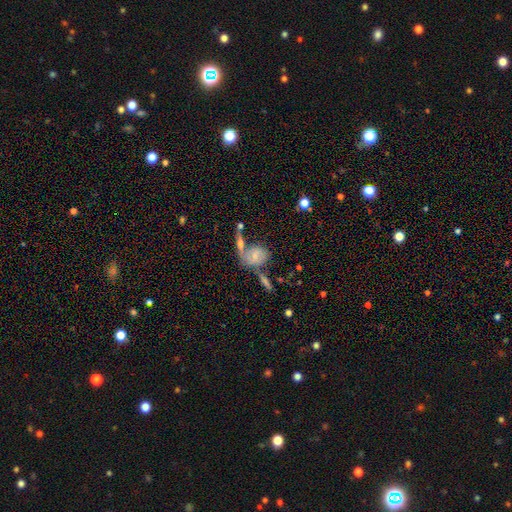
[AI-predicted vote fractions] Smooth or featured? Predicted: smooth (p=0.46). Merging? Predicted: none (p=0.38, tied with merger).